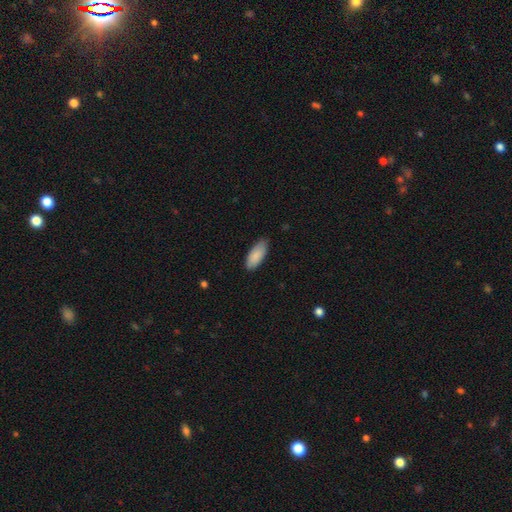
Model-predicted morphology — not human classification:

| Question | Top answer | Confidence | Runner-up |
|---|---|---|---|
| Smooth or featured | smooth | 88% | featured or disk (6%) |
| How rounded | in between | 86% | cigar-shaped (13%) |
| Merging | none | 80% | minor disturbance (17%) |